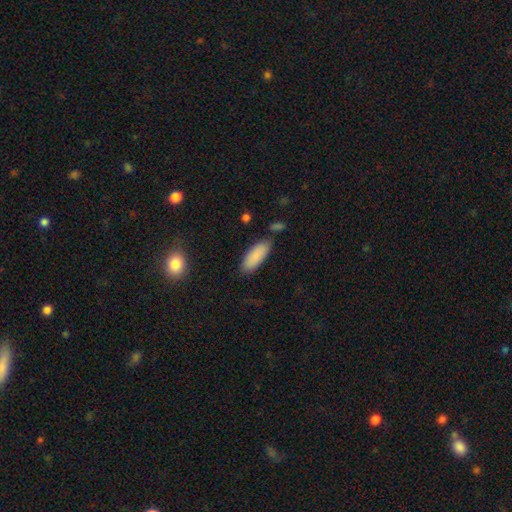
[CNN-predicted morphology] Smooth or featured?
  - smooth: 88% *
  - star or artifact: 6%
  - featured or disk: 6%
How rounded?
  - in between: 74% *
  - cigar-shaped: 24%
  - round: 2%
Merging?
  - none: 77% *
  - minor disturbance: 15%
  - merger: 5%
  - major disturbance: 3%